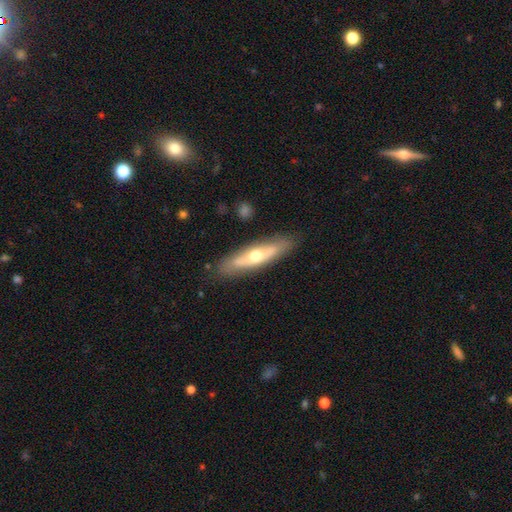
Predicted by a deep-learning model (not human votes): This appears to be a featured or disk galaxy (57%) viewed edge-on (61%). Merging: none (84%).